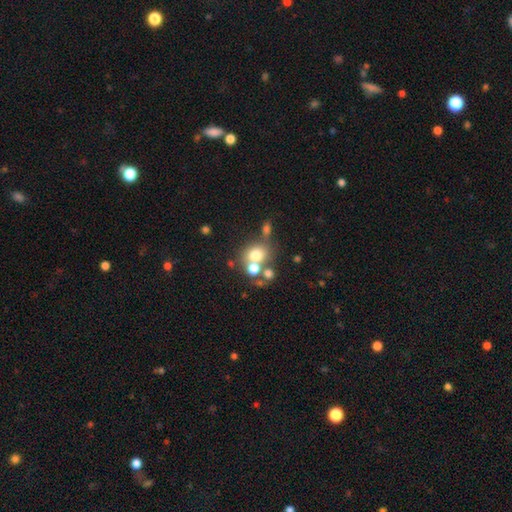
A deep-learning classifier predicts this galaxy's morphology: Smooth or featured: smooth — 68% (featured or disk — 17%)
How rounded: round — 70% (in between — 29%)
Merging: none — 46% (merger — 37%)